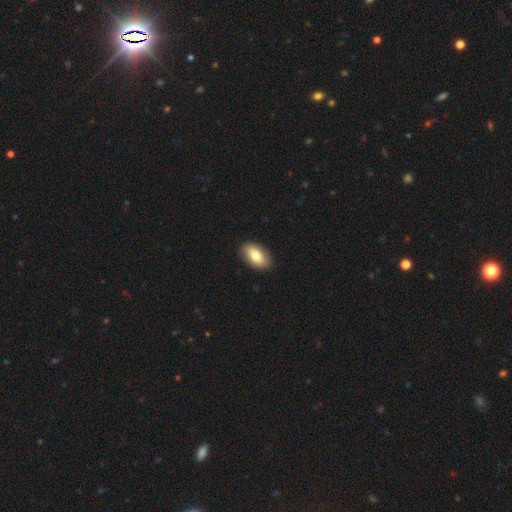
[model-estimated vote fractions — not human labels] Morphology: type=smooth (77%); roundness=in between (93%); merging=none (89%).